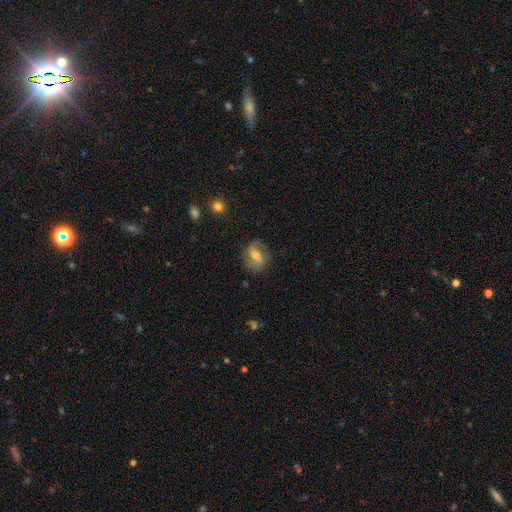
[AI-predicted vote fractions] Q: Smooth or featured?
A: featured or disk (48%); runner-up: smooth (43%)
Q: Merging?
A: none (75%); runner-up: minor disturbance (17%)